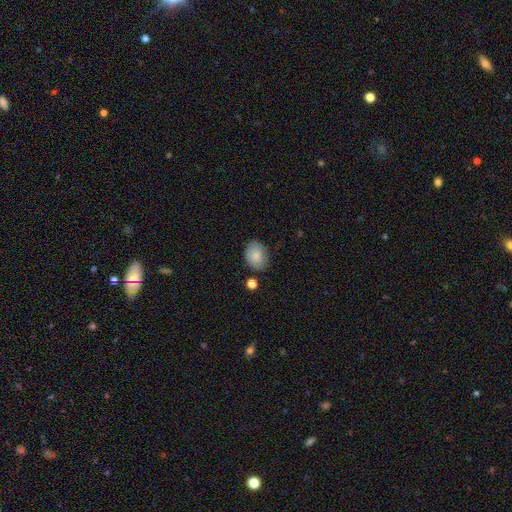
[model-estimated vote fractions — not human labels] Morphology: type=smooth (83%); roundness=in between (68%); merging=none (74%).